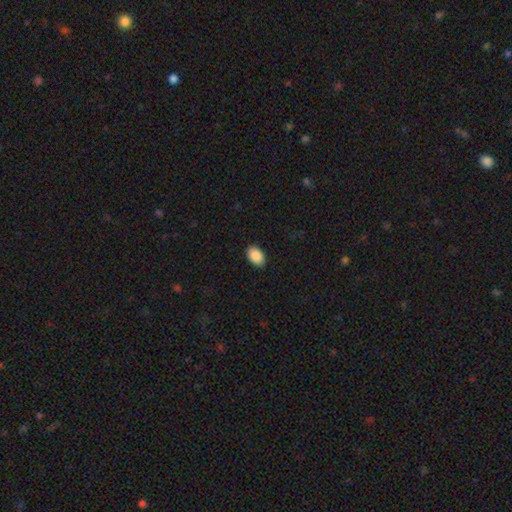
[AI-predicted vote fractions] smooth 90%, star or artifact 7%, featured or disk 3%. Down the decision tree: how rounded — in between (88%); merging — none (90%).